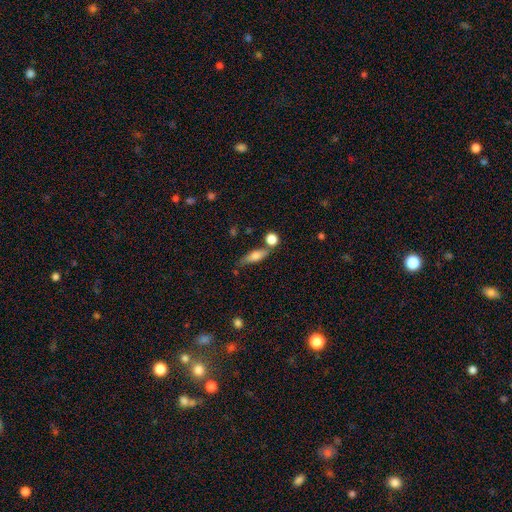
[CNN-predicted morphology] Smooth or featured? smooth (67%)
How rounded? cigar-shaped (48%, tied with in between)
Merging? none (62%)